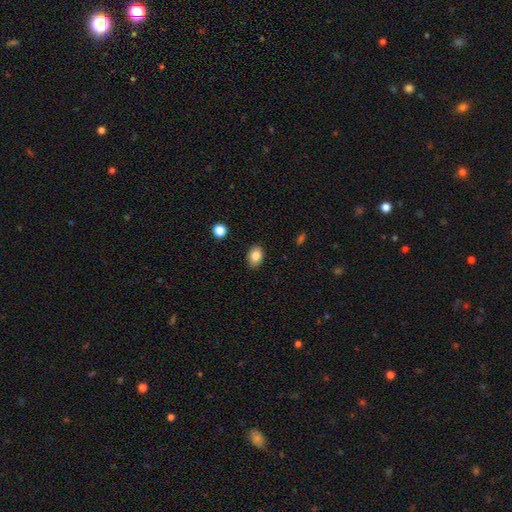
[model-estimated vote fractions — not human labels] Smooth or featured: smooth — 83% (star or artifact — 9%)
How rounded: in between — 76% (round — 23%)
Merging: none — 88% (minor disturbance — 9%)